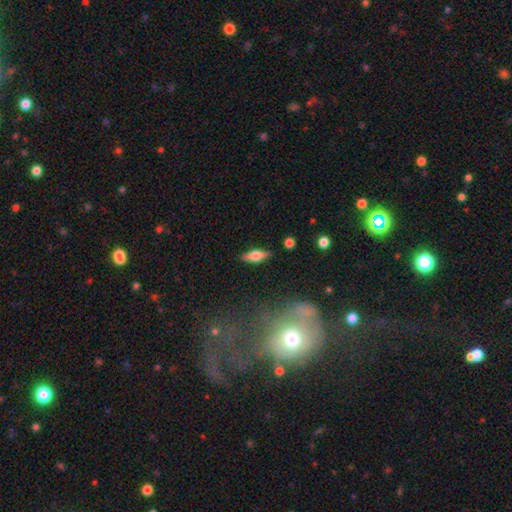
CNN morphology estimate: Smooth or featured? Predicted: smooth (p=0.52). How rounded? Predicted: in between (p=0.60). Merging? Predicted: none (p=0.86).